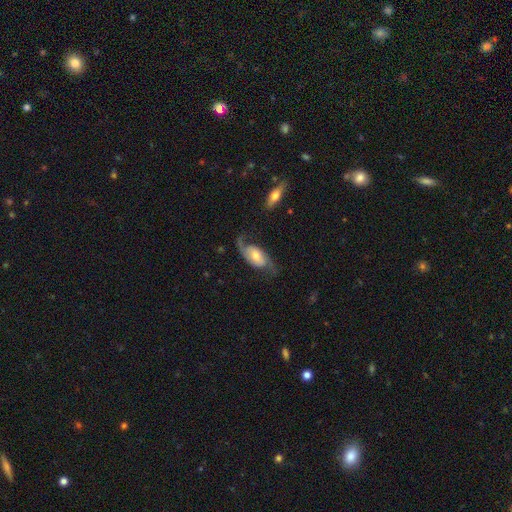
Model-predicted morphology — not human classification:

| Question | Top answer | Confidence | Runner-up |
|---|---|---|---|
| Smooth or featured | featured or disk | 77% | smooth (17%) |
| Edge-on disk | no | 94% | yes (6%) |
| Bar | no | 53% | weak (34%) |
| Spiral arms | yes | 94% | no (6%) |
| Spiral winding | loose | 60% | medium (30%) |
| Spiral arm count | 2 | 85% | 1 (8%) |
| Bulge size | moderate | 49% | small (36%) |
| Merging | none | 62% | minor disturbance (19%) |